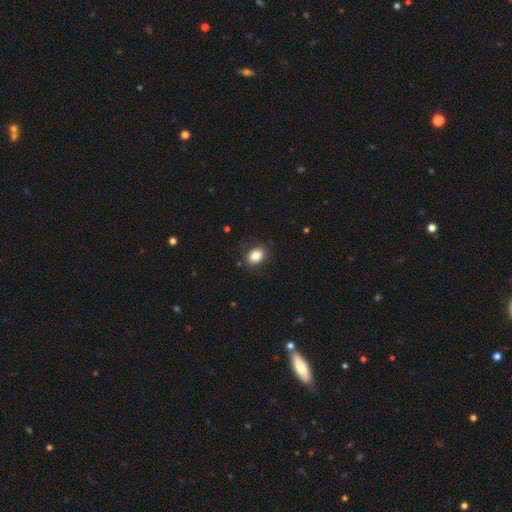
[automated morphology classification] Q: Smooth or featured?
A: smooth (84%); runner-up: star or artifact (9%)
Q: How rounded?
A: in between (62%); runner-up: round (37%)
Q: Merging?
A: none (87%); runner-up: minor disturbance (9%)